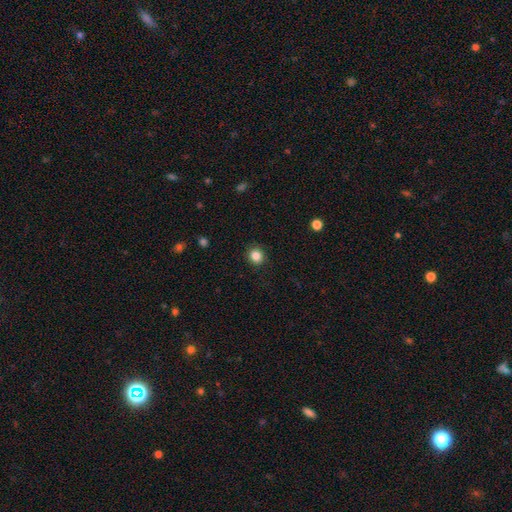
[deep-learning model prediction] smooth-or-featured: smooth: 86% | star or artifact: 11% | featured or disk: 4%
  how-rounded: round: 84% | in between: 15% | cigar-shaped: 1%
  merging: none: 90% | minor disturbance: 7% | major disturbance: 2% | merger: 1%